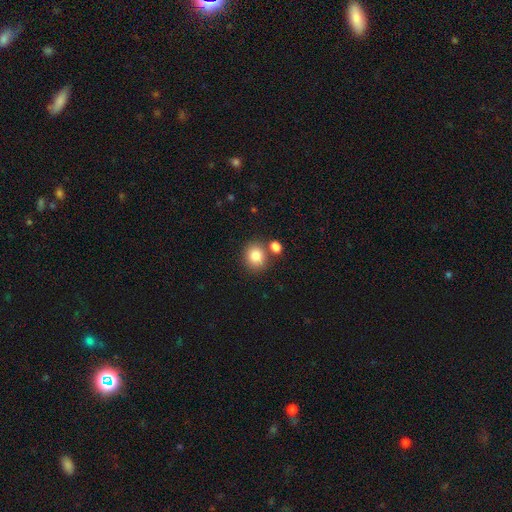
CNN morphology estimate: This appears to be a smooth galaxy with no disk features (84%) that is round (70%). Merging: none (67%).